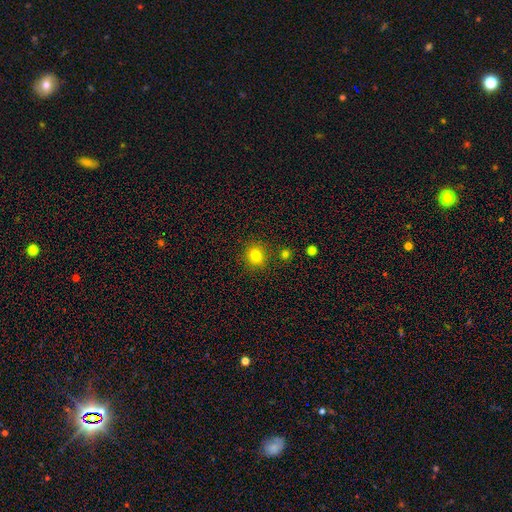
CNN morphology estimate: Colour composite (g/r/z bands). It shows a smooth galaxy with no disk features (81%) that is round (85%). Merging: none (86%).